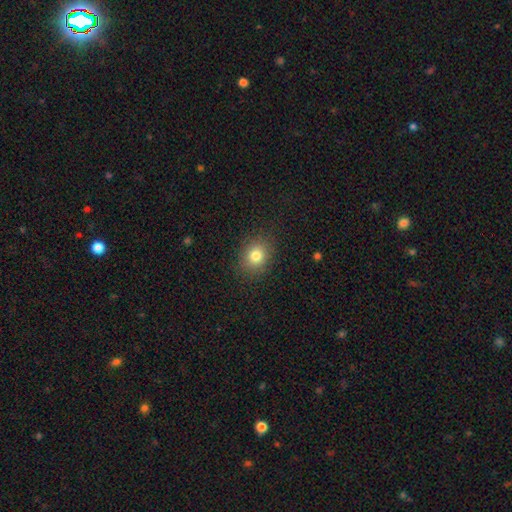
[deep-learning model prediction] Smooth or featured?
  - smooth: 80% *
  - star or artifact: 12%
  - featured or disk: 8%
How rounded?
  - round: 61% *
  - in between: 38%
  - cigar-shaped: 1%
Merging?
  - none: 87% *
  - minor disturbance: 9%
  - major disturbance: 3%
  - merger: 1%